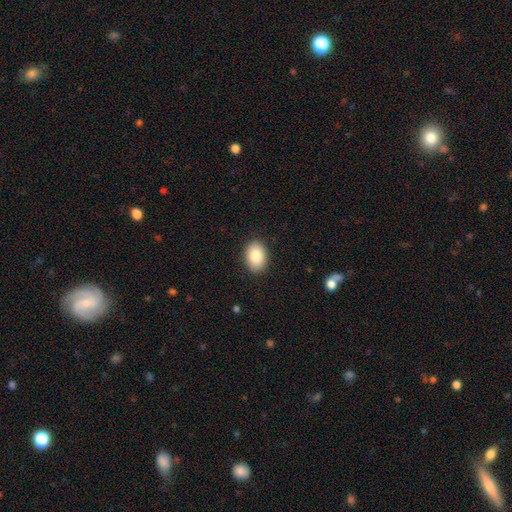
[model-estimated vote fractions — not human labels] smooth-or-featured: smooth: 86% | star or artifact: 7% | featured or disk: 7%
  how-rounded: in between: 83% | round: 16% | cigar-shaped: 1%
  merging: none: 89% | minor disturbance: 8% | major disturbance: 2% | merger: 1%